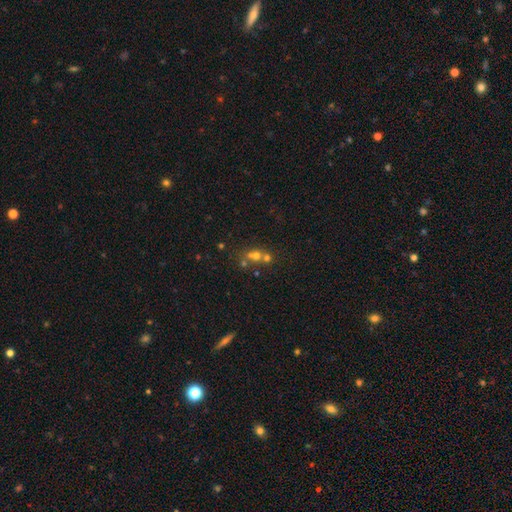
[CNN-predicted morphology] Overall: smooth (54%; star or artifact 24%). How rounded: round (81%). Merging: merger (53%; none 37%).